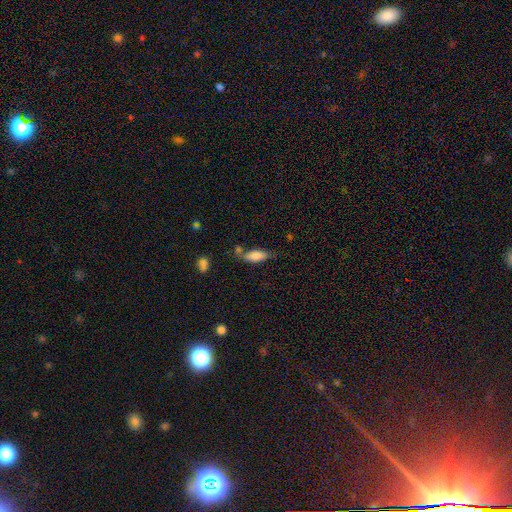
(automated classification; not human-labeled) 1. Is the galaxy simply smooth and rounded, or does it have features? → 82% smooth, 11% featured or disk, 7% star or artifact.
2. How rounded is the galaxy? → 75% in between, 23% cigar-shaped, 2% round.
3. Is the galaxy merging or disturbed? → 53% none, 24% minor disturbance, 15% merger, 8% major disturbance.